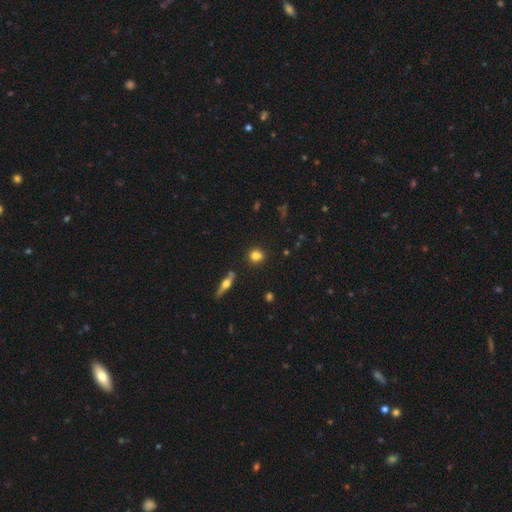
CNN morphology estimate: type=smooth (80%); roundness=round (79%); merging=none (83%).